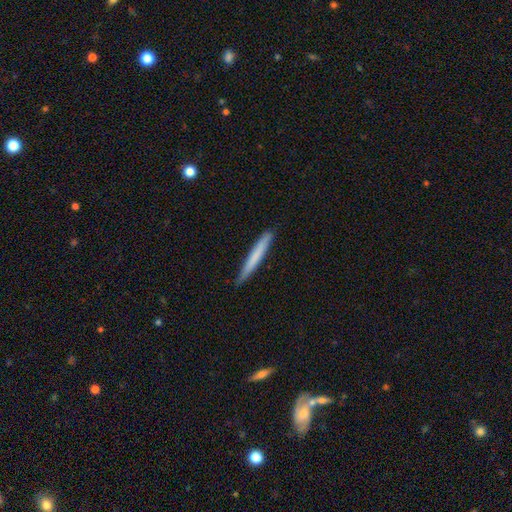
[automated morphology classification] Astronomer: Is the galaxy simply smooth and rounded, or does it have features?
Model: smooth — 68%.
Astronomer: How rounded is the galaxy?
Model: cigar-shaped — 97%.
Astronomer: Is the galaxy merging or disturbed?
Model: none — 88%.